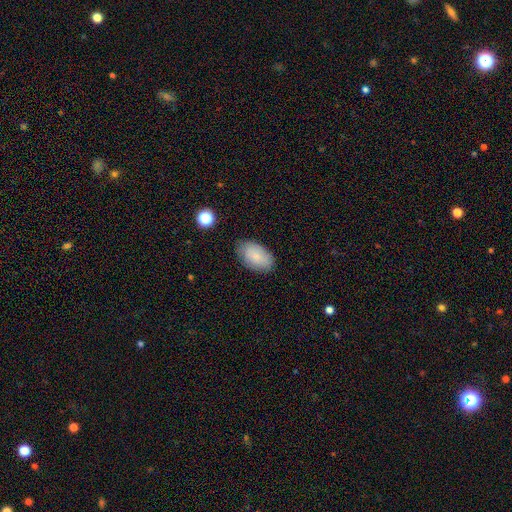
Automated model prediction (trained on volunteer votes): Q: Smooth or featured?
A: smooth (81%); runner-up: featured or disk (12%)
Q: How rounded?
A: in between (93%); runner-up: round (5%)
Q: Merging?
A: none (80%); runner-up: minor disturbance (15%)